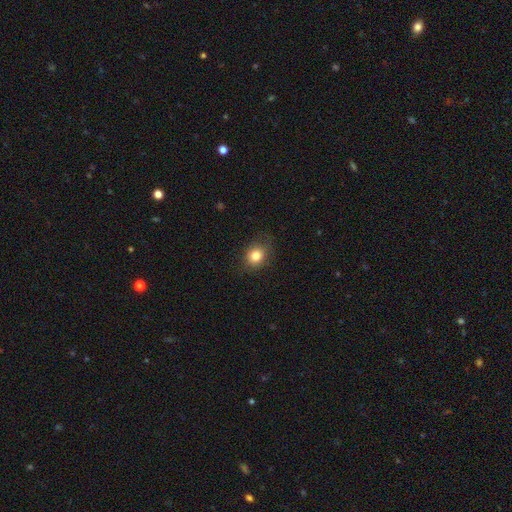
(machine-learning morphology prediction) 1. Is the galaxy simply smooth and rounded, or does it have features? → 81% smooth, 11% star or artifact, 8% featured or disk.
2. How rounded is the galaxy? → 61% round, 38% in between, 1% cigar-shaped.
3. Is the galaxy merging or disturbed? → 79% none, 16% minor disturbance, 5% major disturbance, 1% merger.